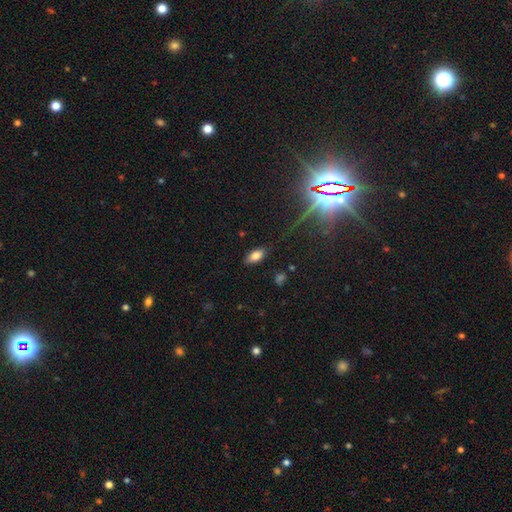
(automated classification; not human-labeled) Morphology: type=smooth (79%); roundness=in between (91%); merging=none (84%).